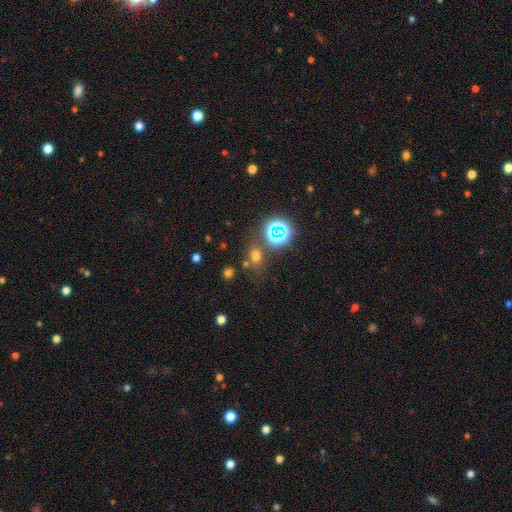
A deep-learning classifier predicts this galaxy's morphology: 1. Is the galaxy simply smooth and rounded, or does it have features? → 58% smooth, 33% star or artifact, 8% featured or disk.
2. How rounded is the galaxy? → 50% round, 48% in between, 2% cigar-shaped.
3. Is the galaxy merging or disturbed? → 72% none, 13% minor disturbance, 11% merger, 5% major disturbance.